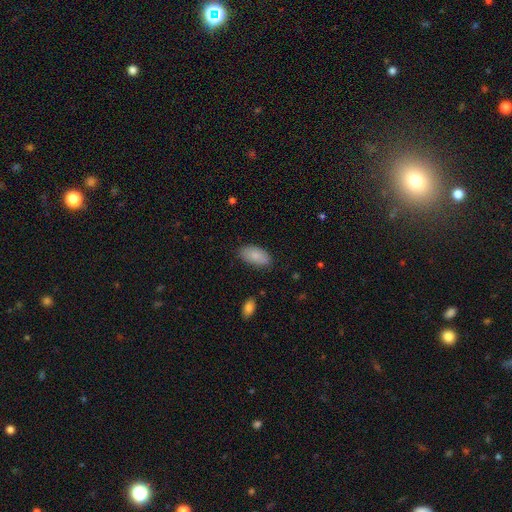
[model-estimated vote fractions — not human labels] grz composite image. It shows a smooth galaxy with no disk features (86%) that is in between round and cigar-shaped (94%). Merging: none (82%).